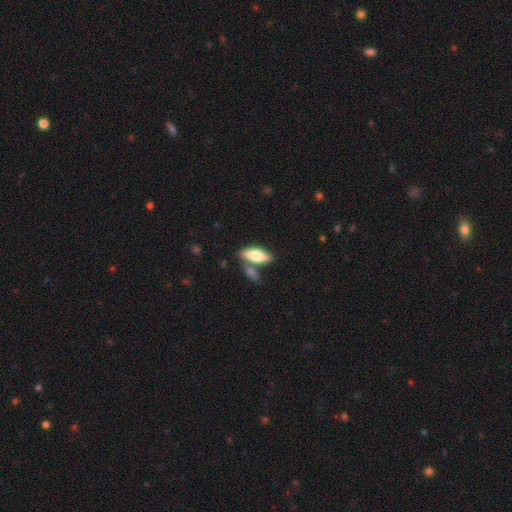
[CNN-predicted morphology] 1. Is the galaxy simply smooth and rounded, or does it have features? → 69% smooth, 25% featured or disk, 6% star or artifact.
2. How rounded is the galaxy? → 69% in between, 28% cigar-shaped, 3% round.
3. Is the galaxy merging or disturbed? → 58% none, 24% merger, 14% minor disturbance, 5% major disturbance.